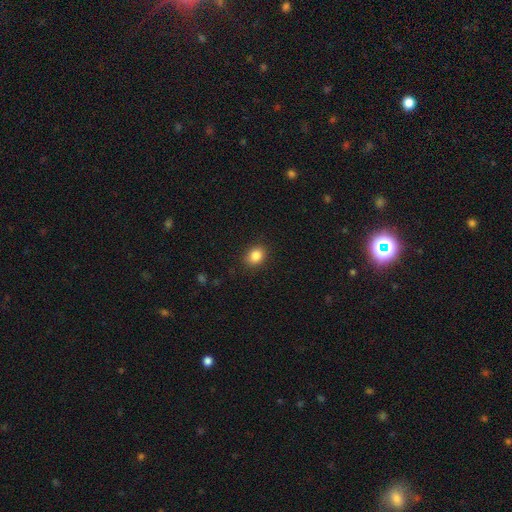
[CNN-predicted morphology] Q: Smooth or featured?
A: smooth (85%); runner-up: star or artifact (10%)
Q: How rounded?
A: in between (50%); runner-up: round (49%)
Q: Merging?
A: none (88%); runner-up: minor disturbance (9%)